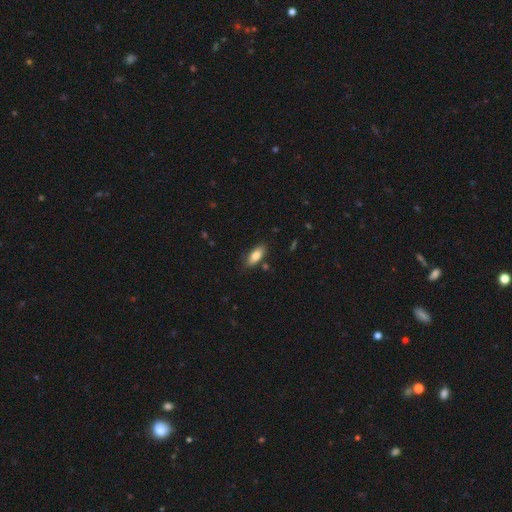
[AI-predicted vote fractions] A smooth galaxy with no disk features (82%) that is in between round and cigar-shaped (81%).

Vote fractions:
- Smooth or featured? smooth: 82% / featured or disk: 12% / star or artifact: 7%
- How rounded? in between: 81% / cigar-shaped: 17% / round: 2%
- Merging? none: 81% / minor disturbance: 13% / merger: 3% / major disturbance: 3%